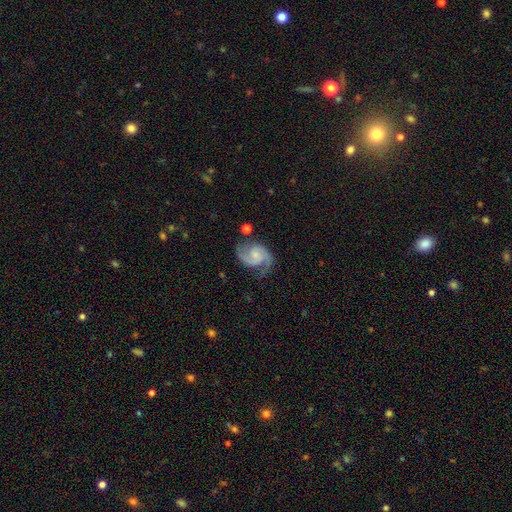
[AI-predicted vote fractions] Smooth or featured? Predicted: featured or disk (p=0.88). Edge-on disk? Predicted: no (p=0.98). Bar? Predicted: no (p=0.61). Spiral arms? Predicted: yes (p=0.98). Spiral winding? Predicted: medium (p=0.57). Spiral arm count? Predicted: 2 (p=0.92). Bulge size? Predicted: small (p=0.52). Merging? Predicted: none (p=0.71).